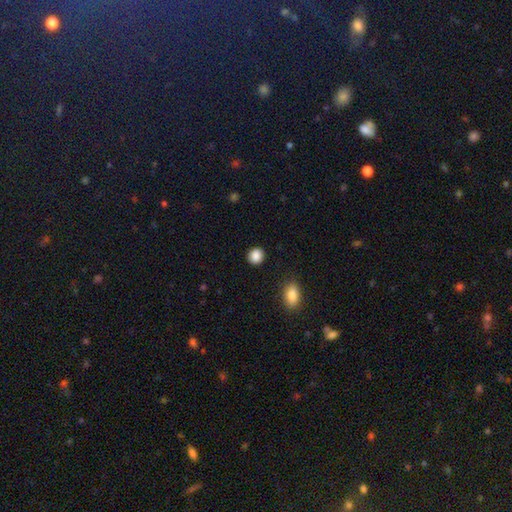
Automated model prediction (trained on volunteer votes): smooth-or-featured: smooth: 89% | star or artifact: 8% | featured or disk: 3%
  how-rounded: round: 78% | in between: 20% | cigar-shaped: 1%
  merging: none: 90% | minor disturbance: 7% | major disturbance: 2% | merger: 1%